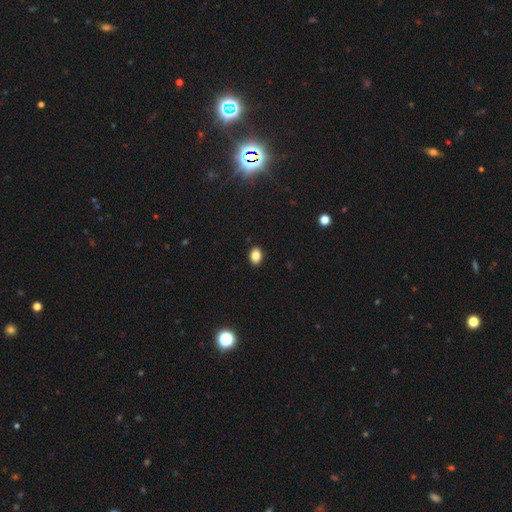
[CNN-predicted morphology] A smooth galaxy with no disk features (85%) that is in between round and cigar-shaped (77%).

Vote fractions:
- Smooth or featured? smooth: 85% / star or artifact: 10% / featured or disk: 6%
- How rounded? in between: 77% / round: 22% / cigar-shaped: 1%
- Merging? none: 90% / minor disturbance: 7% / major disturbance: 2% / merger: 1%